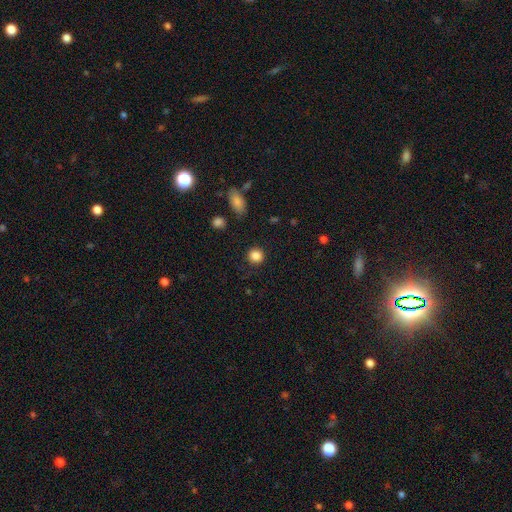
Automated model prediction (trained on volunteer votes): Overall: smooth (86%). How rounded: round (91%). Merging: none (89%).